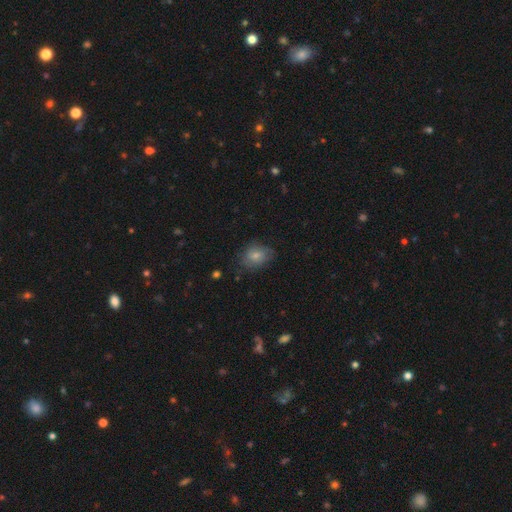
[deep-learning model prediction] Smooth or featured: smooth — 76% (featured or disk — 16%)
How rounded: in between — 63% (round — 36%)
Merging: none — 69% (minor disturbance — 23%)